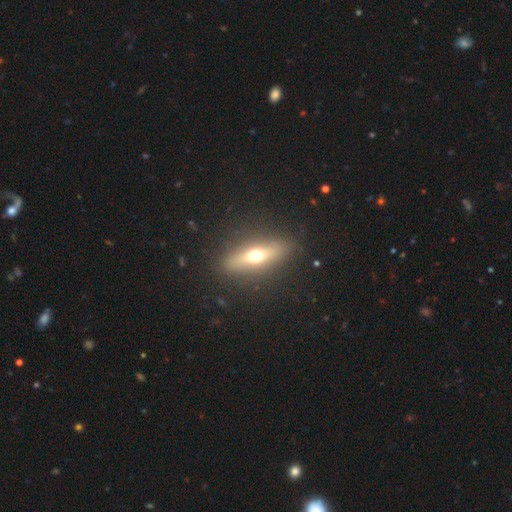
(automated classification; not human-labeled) featured or disk 46%, smooth 45%, star or artifact 9%. Down the decision tree: merging — none (87%).